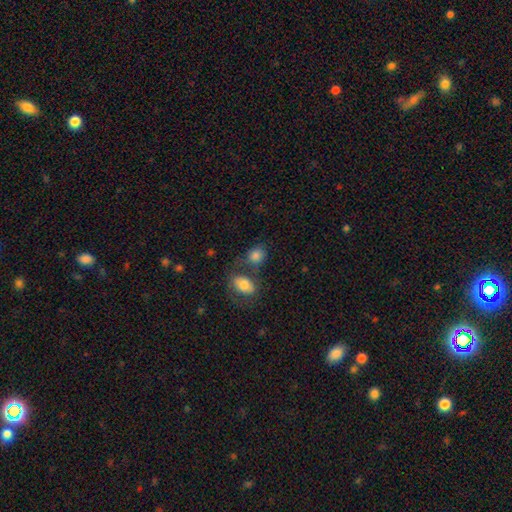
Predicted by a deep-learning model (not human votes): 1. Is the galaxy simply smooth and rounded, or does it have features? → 83% smooth, 9% star or artifact, 9% featured or disk.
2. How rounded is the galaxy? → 56% in between, 42% round, 2% cigar-shaped.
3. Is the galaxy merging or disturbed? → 50% none, 31% merger, 14% minor disturbance, 6% major disturbance.